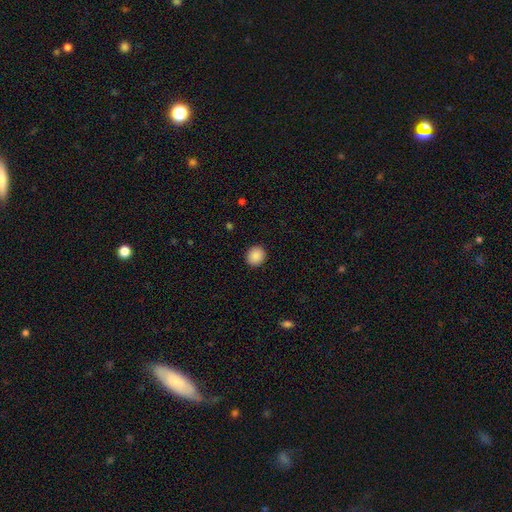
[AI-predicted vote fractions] A smooth galaxy with no disk features (89%) that is round (84%). Merging: none (92%).